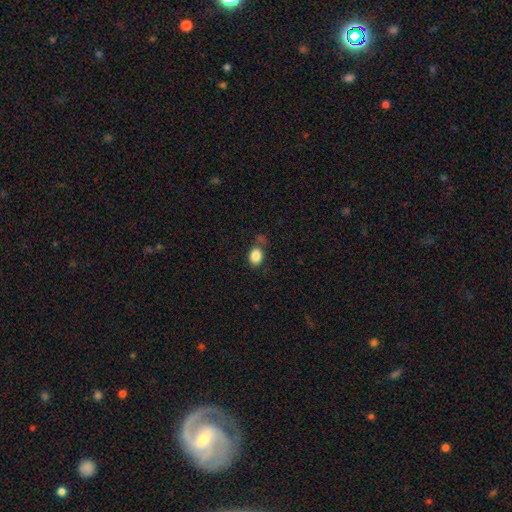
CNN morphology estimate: Smooth or featured: smooth — 85% (star or artifact — 10%)
How rounded: in between — 64% (round — 34%)
Merging: none — 67% (minor disturbance — 18%)